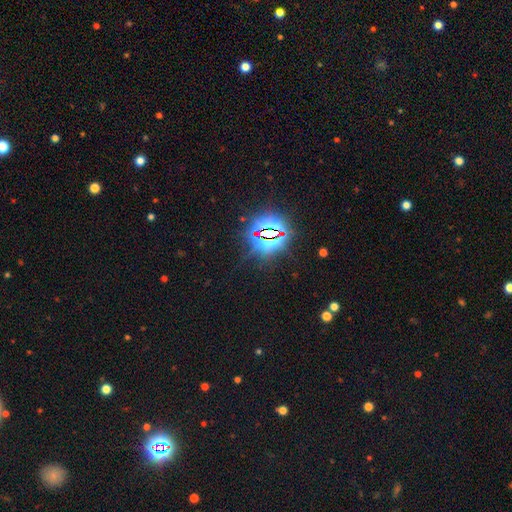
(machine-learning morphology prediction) A star or artifact, not a galaxy (81%).

Vote fractions:
- Smooth or featured? star or artifact: 81% / smooth: 11% / featured or disk: 7%